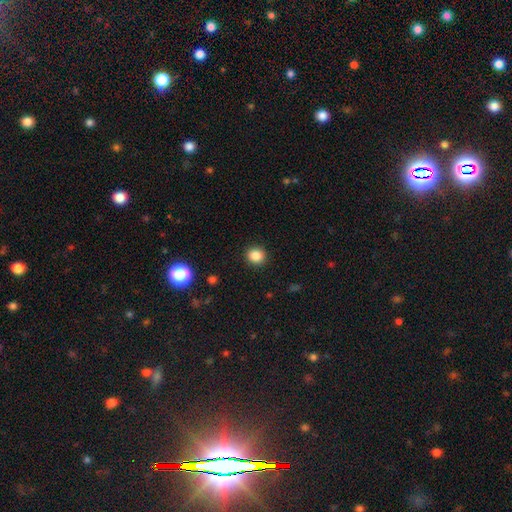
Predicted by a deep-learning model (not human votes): Smooth or featured: smooth — 86% (star or artifact — 11%)
How rounded: round — 79% (in between — 20%)
Merging: none — 91% (minor disturbance — 6%)